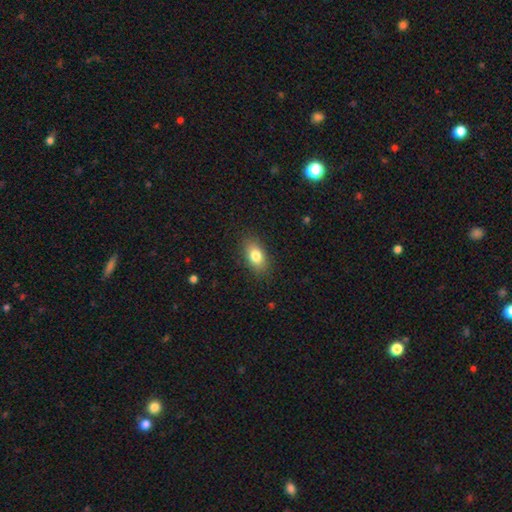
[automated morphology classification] smooth 80%, featured or disk 11%, star or artifact 9%. Down the decision tree: how rounded — in between (86%); merging — none (86%).